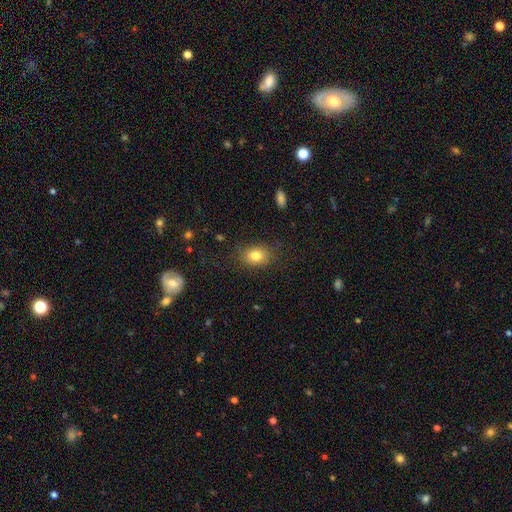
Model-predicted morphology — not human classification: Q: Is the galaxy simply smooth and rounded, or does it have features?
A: smooth — 81%.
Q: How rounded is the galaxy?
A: in between — 64%.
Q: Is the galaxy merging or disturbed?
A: none — 80%.